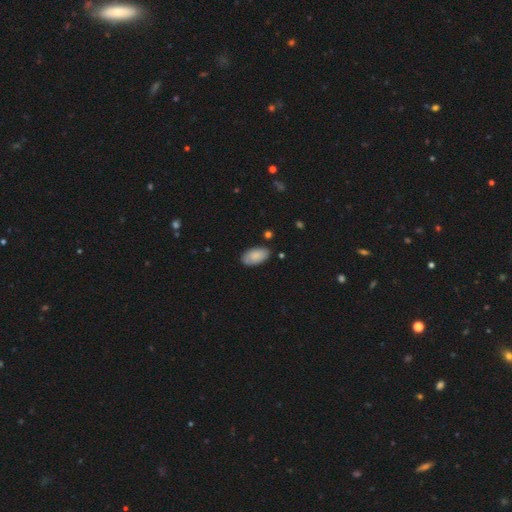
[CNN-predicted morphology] Smooth or featured: smooth — 83% (featured or disk — 10%)
How rounded: in between — 95% (cigar-shaped — 3%)
Merging: none — 79% (minor disturbance — 16%)